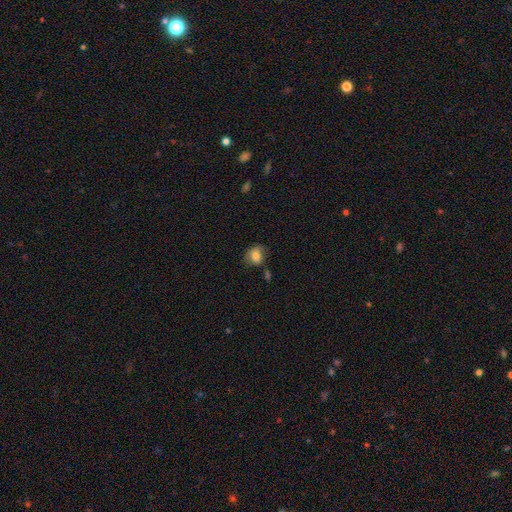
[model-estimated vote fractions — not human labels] A smooth galaxy with no disk features (75%) that is round (54%).

Vote fractions:
- Smooth or featured? smooth: 75% / featured or disk: 15% / star or artifact: 10%
- How rounded? round: 54% / in between: 45% / cigar-shaped: 1%
- Merging? none: 58% / minor disturbance: 28% / major disturbance: 10% / merger: 5%